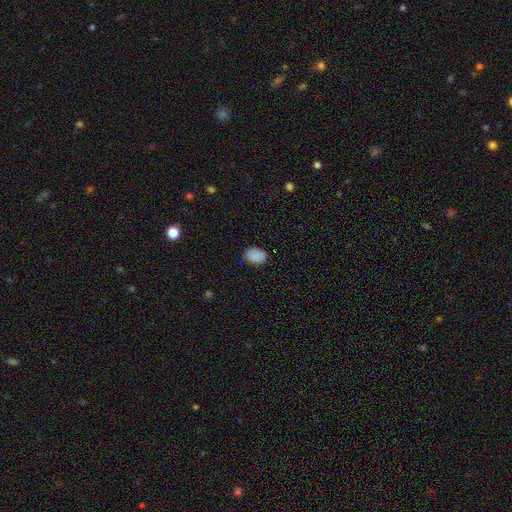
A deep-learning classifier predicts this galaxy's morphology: A smooth galaxy with no disk features (88%) that is in between round and cigar-shaped (72%). Merging: none (85%).